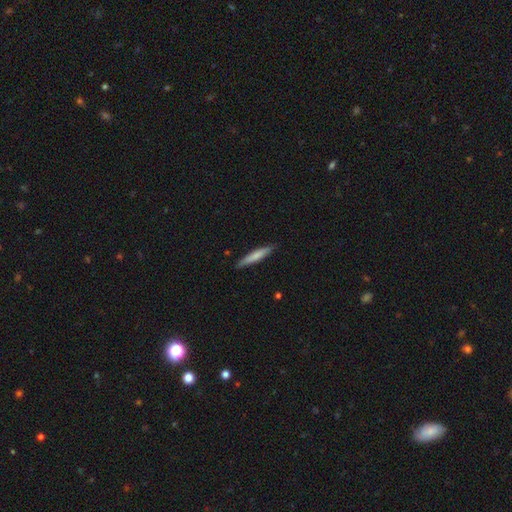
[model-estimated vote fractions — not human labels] Smooth or featured: smooth — 70% (featured or disk — 25%)
How rounded: cigar-shaped — 93% (in between — 6%)
Merging: none — 88% (minor disturbance — 10%)